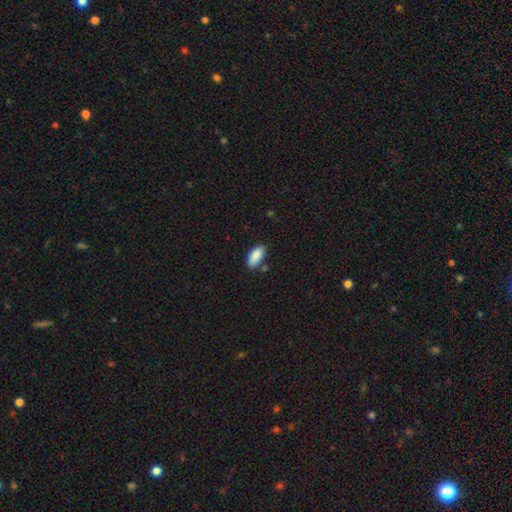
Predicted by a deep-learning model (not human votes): A smooth galaxy with no disk features (88%) that is in between round and cigar-shaped (91%). Merging: none (76%).